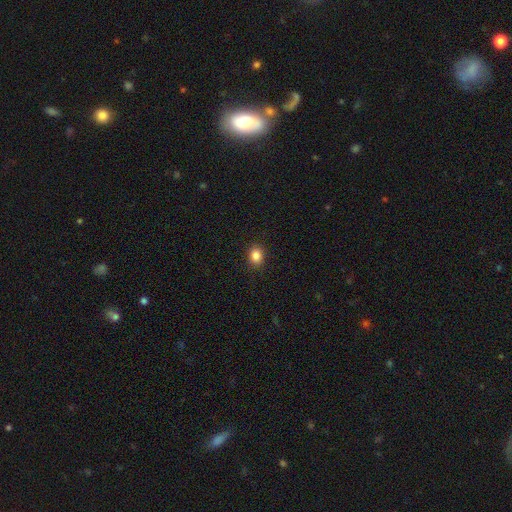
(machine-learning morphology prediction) smooth 86%, star or artifact 10%, featured or disk 4%. Down the decision tree: how rounded — in between (51%); merging — none (88%).